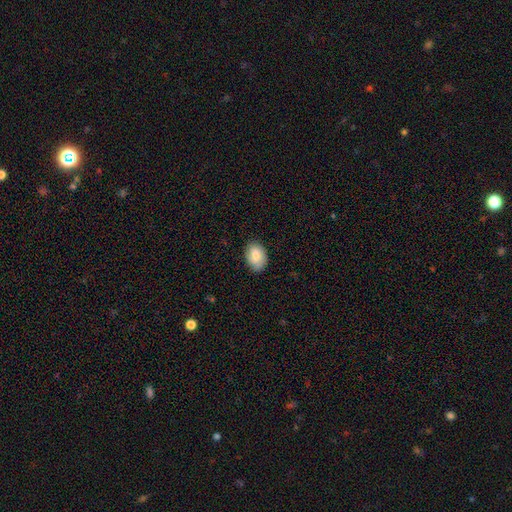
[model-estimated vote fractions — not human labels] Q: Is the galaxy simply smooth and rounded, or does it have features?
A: smooth — 81%.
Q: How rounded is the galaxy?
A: in between — 82%.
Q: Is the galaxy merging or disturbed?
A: none — 79%.